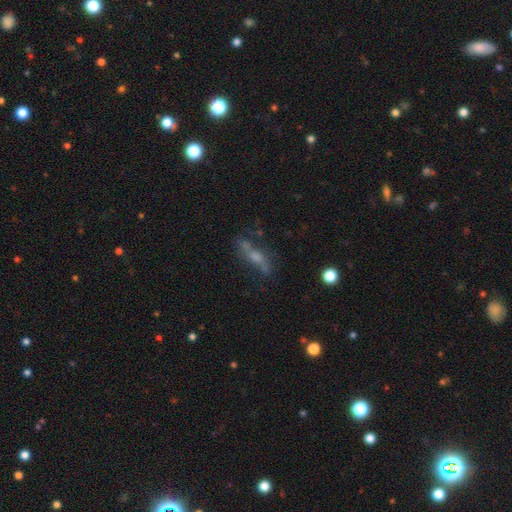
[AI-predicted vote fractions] Smooth or featured?
  - featured or disk: 53% *
  - smooth: 28%
  - star or artifact: 19%
Edge-on disk?
  - no: 53% *
  - yes: 47%
Merging?
  - none: 58% *
  - minor disturbance: 20%
  - major disturbance: 15%
  - merger: 7%